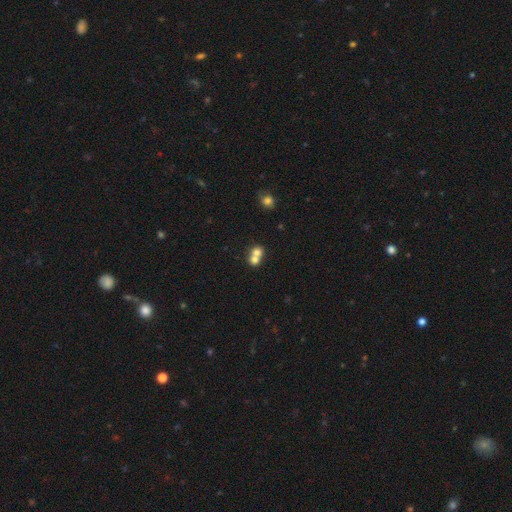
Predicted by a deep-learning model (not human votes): A smooth galaxy with no disk features (71%) that is round (73%). Merging: merger (68%).